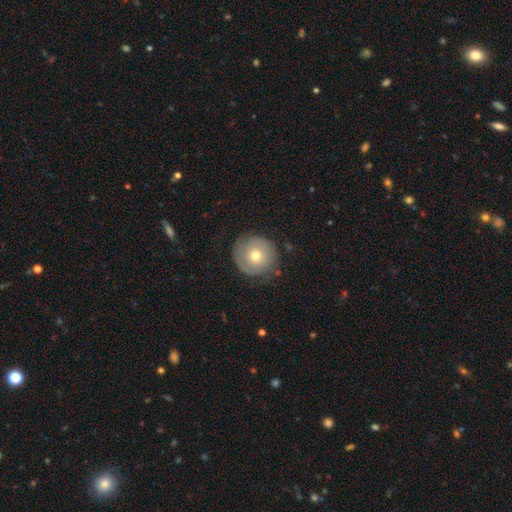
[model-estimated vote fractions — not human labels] Morphology: type=smooth (62%); roundness=round (93%); merging=none (78%).